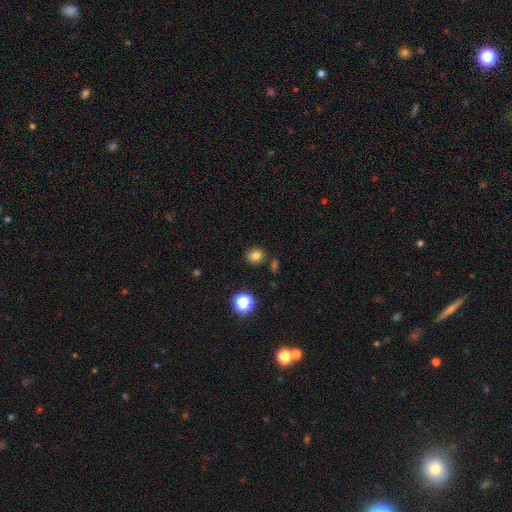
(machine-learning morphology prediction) Smooth or featured?
  - smooth: 79% *
  - star or artifact: 15%
  - featured or disk: 7%
How rounded?
  - round: 66% *
  - in between: 33%
  - cigar-shaped: 1%
Merging?
  - none: 82% *
  - minor disturbance: 11%
  - merger: 4%
  - major disturbance: 3%